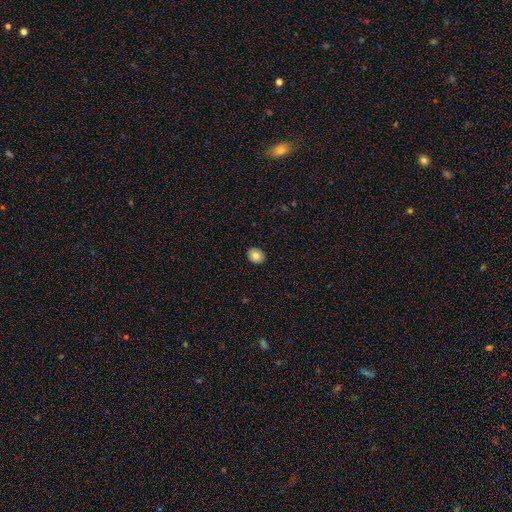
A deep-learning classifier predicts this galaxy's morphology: Smooth or featured? smooth (78%)
How rounded? round (53%)
Merging? none (91%)